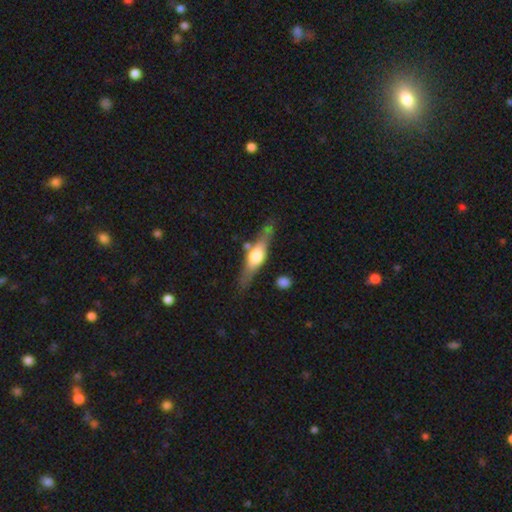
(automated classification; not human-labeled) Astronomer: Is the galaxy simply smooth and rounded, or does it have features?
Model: featured or disk — 63%.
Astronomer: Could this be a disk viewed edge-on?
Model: yes — 93%.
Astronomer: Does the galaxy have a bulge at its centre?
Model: rounded — 90%.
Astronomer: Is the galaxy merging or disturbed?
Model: none — 74%.